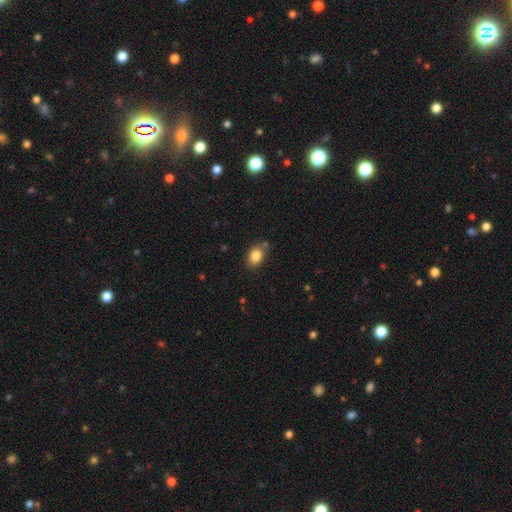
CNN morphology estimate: Smooth or featured?
  - smooth: 84% *
  - star or artifact: 9%
  - featured or disk: 7%
How rounded?
  - in between: 77% *
  - round: 22%
  - cigar-shaped: 1%
Merging?
  - none: 75% *
  - minor disturbance: 15%
  - merger: 6%
  - major disturbance: 3%